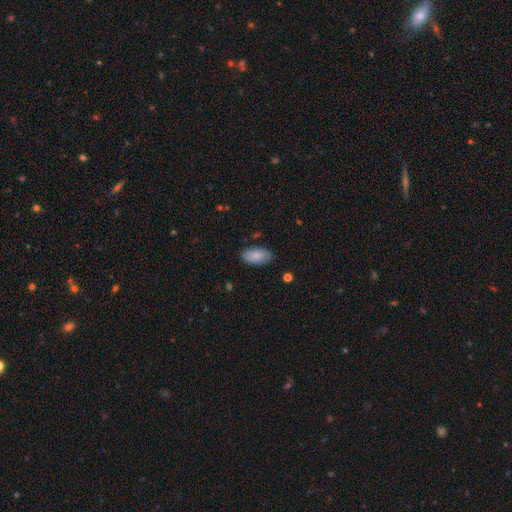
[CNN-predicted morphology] type=smooth (80%); roundness=in between (94%); merging=none (82%).